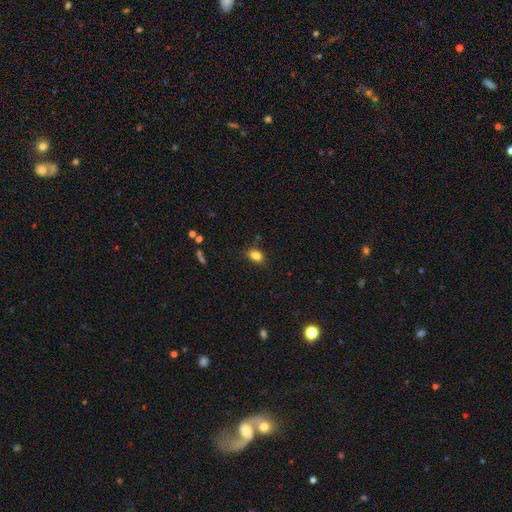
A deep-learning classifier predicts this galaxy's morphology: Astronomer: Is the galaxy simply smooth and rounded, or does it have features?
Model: smooth — 84%.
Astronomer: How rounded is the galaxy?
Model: in between — 77%.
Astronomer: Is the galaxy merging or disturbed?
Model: none — 77%.